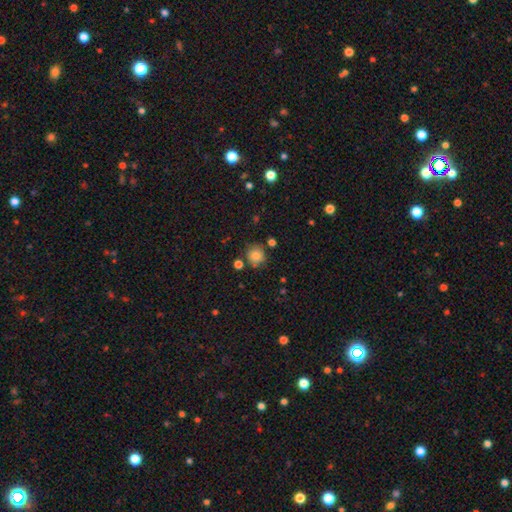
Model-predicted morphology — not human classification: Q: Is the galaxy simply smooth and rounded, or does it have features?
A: smooth — 80%.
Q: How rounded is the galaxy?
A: round — 91%.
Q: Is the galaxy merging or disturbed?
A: none — 80%.